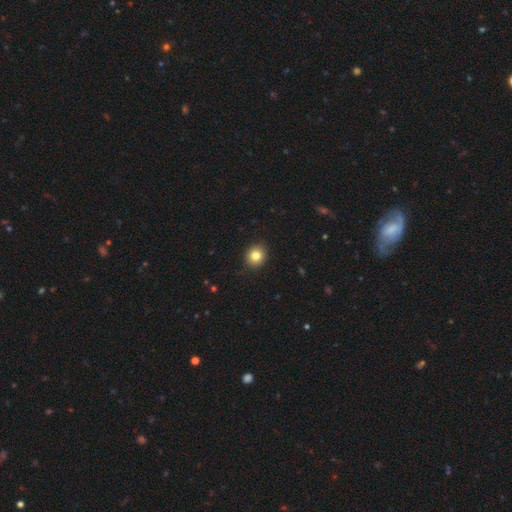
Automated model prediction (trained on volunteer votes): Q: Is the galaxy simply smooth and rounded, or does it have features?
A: smooth — 82%.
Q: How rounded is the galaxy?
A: round — 81%.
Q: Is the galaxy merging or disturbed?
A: none — 90%.